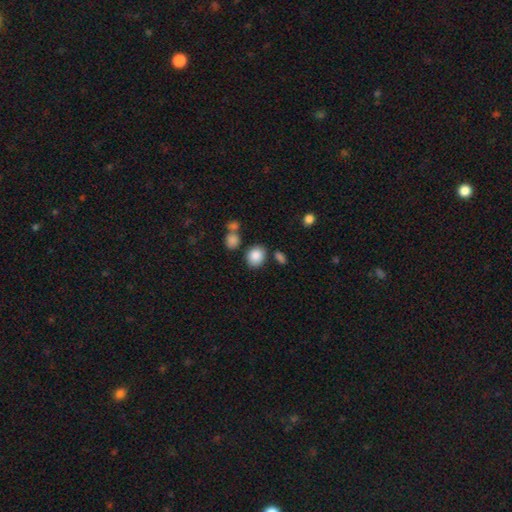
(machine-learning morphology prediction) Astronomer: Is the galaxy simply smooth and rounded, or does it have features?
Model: smooth — 87%.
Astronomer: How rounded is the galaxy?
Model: round — 58% (runner-up: in between, 41%).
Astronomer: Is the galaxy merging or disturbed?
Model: none — 74%.